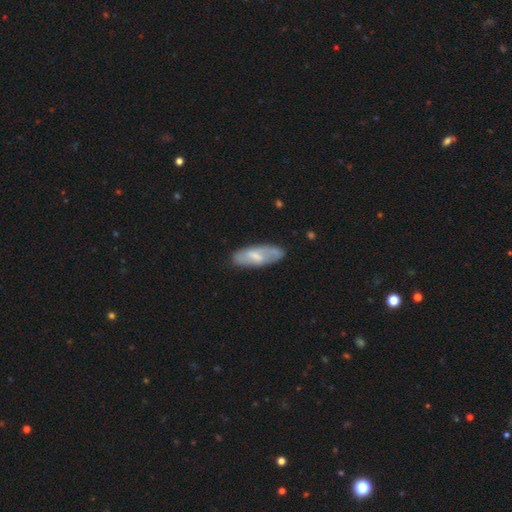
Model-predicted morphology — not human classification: smooth-or-featured: smooth: 53% | featured or disk: 40% | star or artifact: 6%
  how-rounded: in between: 68% | cigar-shaped: 30% | round: 2%
  merging: none: 74% | minor disturbance: 19% | major disturbance: 5% | merger: 2%